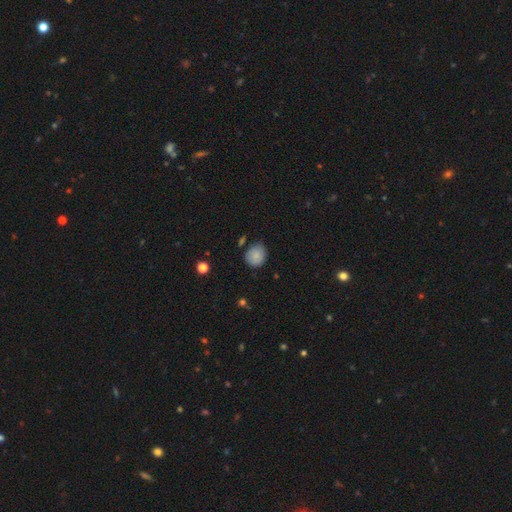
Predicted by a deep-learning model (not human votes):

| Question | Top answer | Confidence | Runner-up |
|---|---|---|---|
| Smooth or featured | smooth | 83% | star or artifact (9%) |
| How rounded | round | 75% | in between (24%) |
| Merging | none | 73% | minor disturbance (20%) |